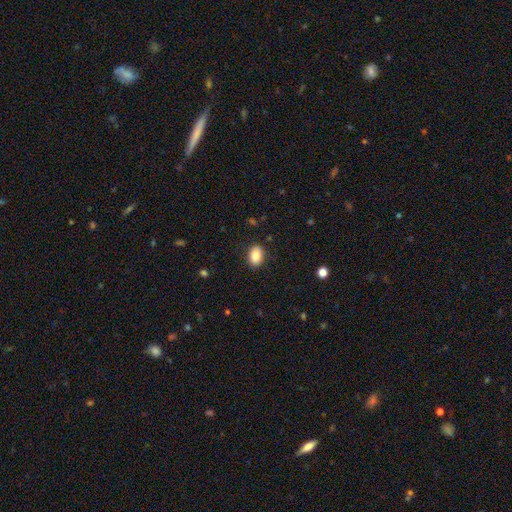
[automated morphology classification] Smooth or featured? Predicted: smooth (p=0.87). How rounded? Predicted: in between (p=0.85). Merging? Predicted: none (p=0.87).